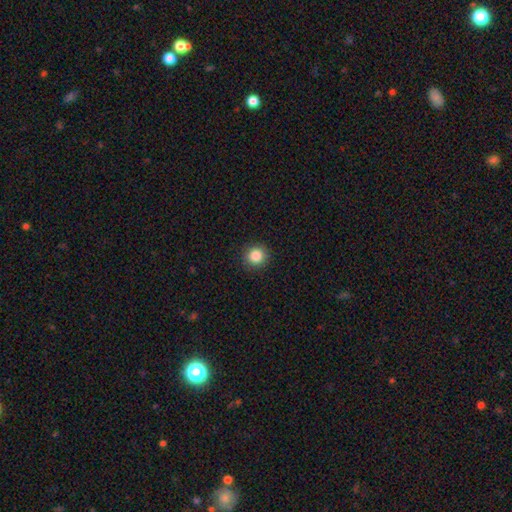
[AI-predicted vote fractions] This appears to be a smooth galaxy with no disk features (86%) that is round (91%). Merging: none (91%).